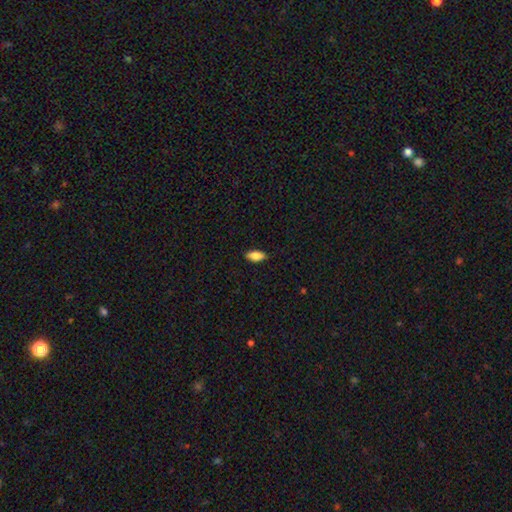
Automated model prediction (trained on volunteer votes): Smooth or featured?
  - smooth: 83% *
  - featured or disk: 10%
  - star or artifact: 7%
How rounded?
  - in between: 88% *
  - cigar-shaped: 10%
  - round: 3%
Merging?
  - none: 87% *
  - minor disturbance: 10%
  - major disturbance: 2%
  - merger: 1%